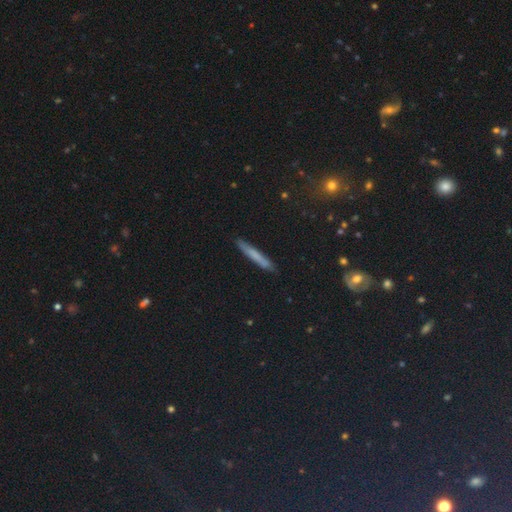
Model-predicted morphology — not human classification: smooth 63%, featured or disk 28%, star or artifact 9%. Down the decision tree: how rounded — cigar-shaped (95%); merging — none (87%).